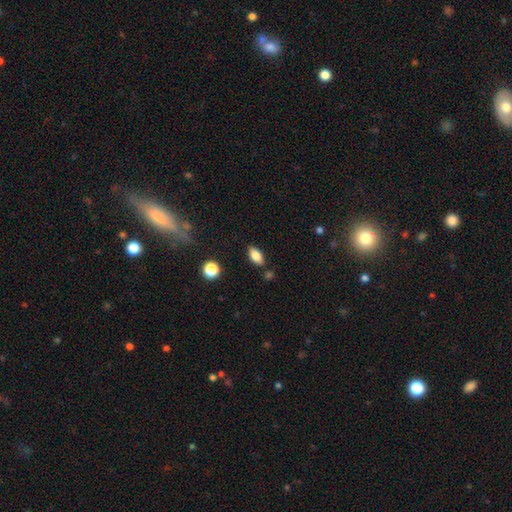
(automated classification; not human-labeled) smooth-or-featured: smooth: 81% | featured or disk: 10% | star or artifact: 8%
  how-rounded: in between: 89% | cigar-shaped: 7% | round: 5%
  merging: none: 81% | minor disturbance: 12% | merger: 5% | major disturbance: 3%